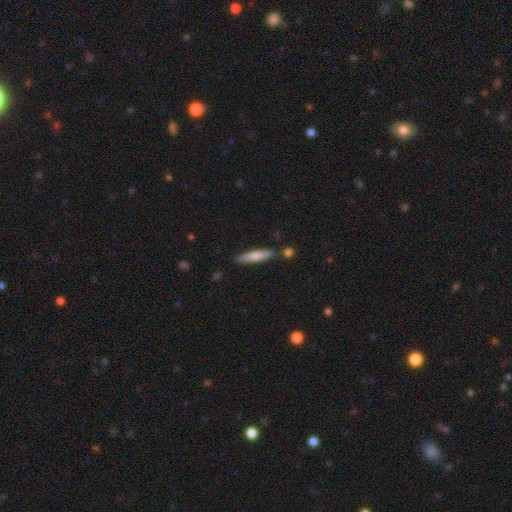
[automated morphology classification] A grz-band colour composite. It shows a smooth galaxy with no disk features (72%) that is cigar-shaped (87%). Merging: none (80%).